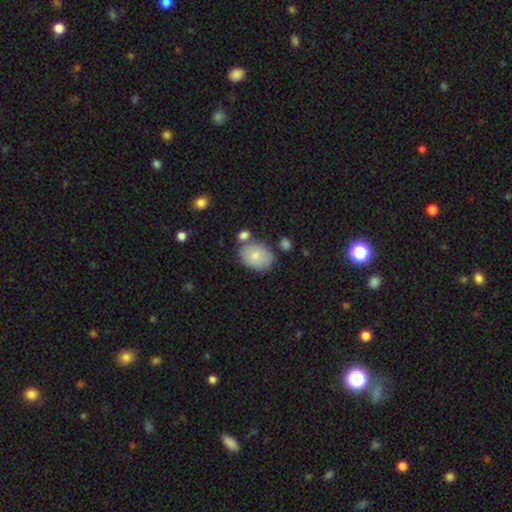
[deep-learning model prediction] Smooth or featured? Predicted: smooth (p=0.79). How rounded? Predicted: in between (p=0.76). Merging? Predicted: none (p=0.64).